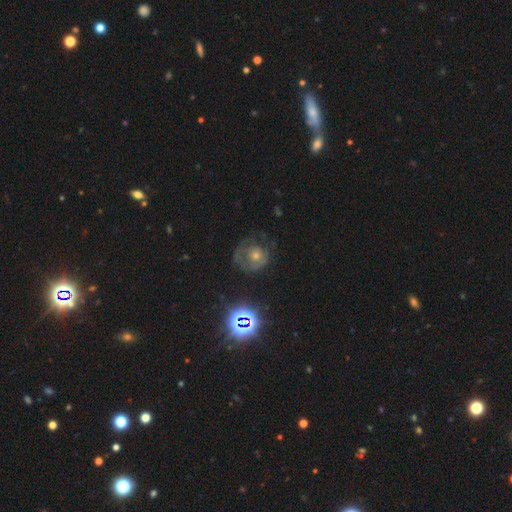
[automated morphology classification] Smooth or featured: featured or disk — 49% (smooth — 29%)
Merging: none — 59% (minor disturbance — 20%)